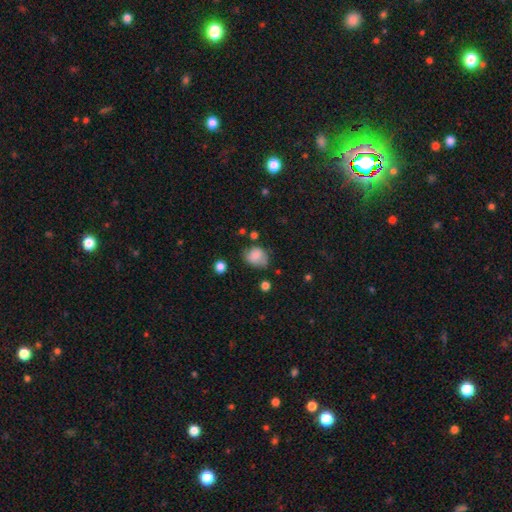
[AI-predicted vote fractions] Smooth or featured? Predicted: smooth (p=0.77). How rounded? Predicted: in between (p=0.52). Merging? Predicted: none (p=0.53).